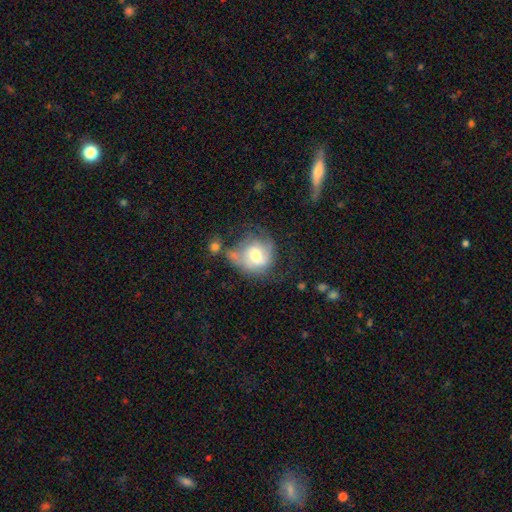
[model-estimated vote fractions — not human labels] Smooth or featured: smooth — 47% (featured or disk — 44%)
Merging: none — 36% (minor disturbance — 25%)